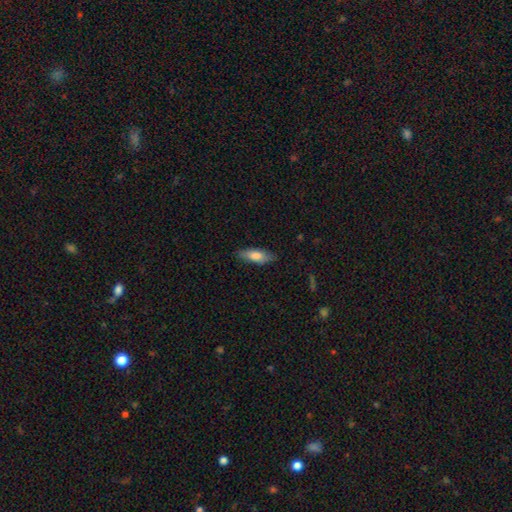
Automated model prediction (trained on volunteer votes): The model was most divided on "how rounded": in between: 63%, cigar-shaped: 35%, round: 2%. More confident: merging — none (81%); smooth or featured — smooth (77%).